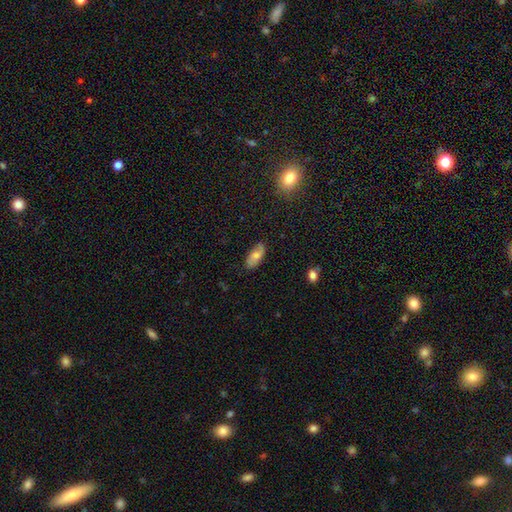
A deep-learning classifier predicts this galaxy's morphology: smooth 66%, featured or disk 27%, star or artifact 7%. Down the decision tree: how rounded — in between (88%); merging — none (79%).